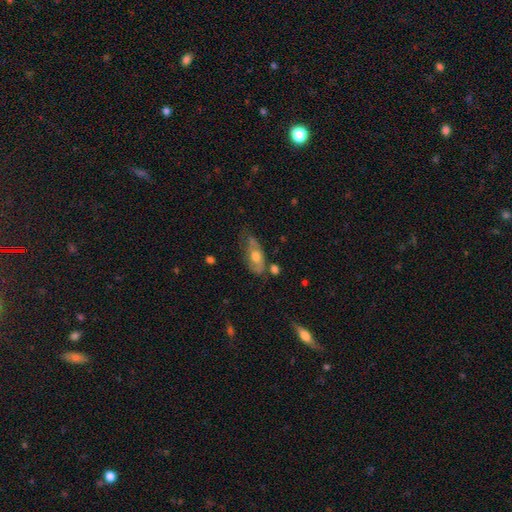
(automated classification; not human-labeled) Smooth or featured? featured or disk (55%)
Edge-on disk? no (73%)
Merging? none (54%)